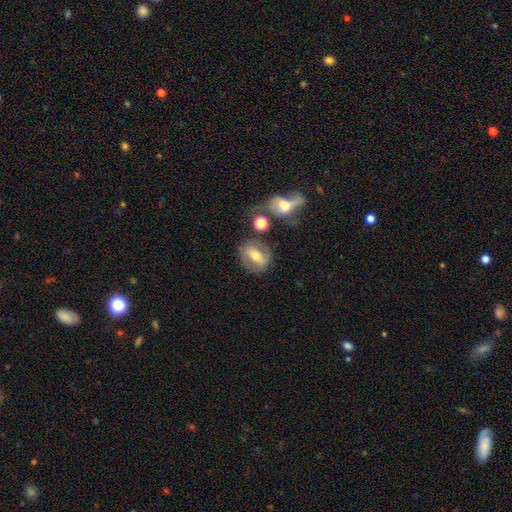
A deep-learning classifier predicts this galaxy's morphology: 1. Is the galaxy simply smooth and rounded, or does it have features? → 49% featured or disk, 42% smooth, 9% star or artifact.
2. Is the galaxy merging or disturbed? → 69% none, 14% minor disturbance, 9% merger, 7% major disturbance.